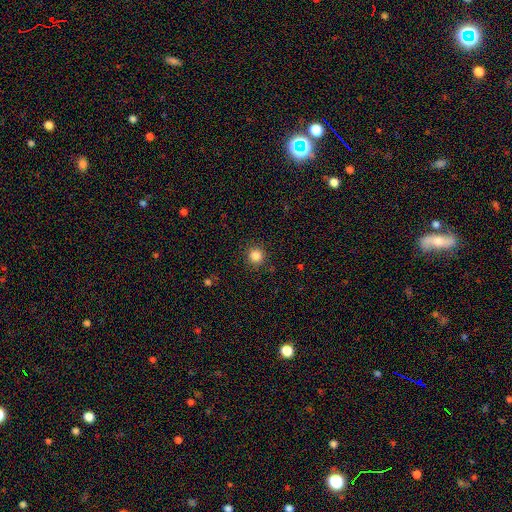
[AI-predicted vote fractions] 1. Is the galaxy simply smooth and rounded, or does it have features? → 84% smooth, 12% star or artifact, 4% featured or disk.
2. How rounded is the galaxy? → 94% round, 5% in between, 1% cigar-shaped.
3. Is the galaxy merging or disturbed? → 90% none, 6% minor disturbance, 2% major disturbance, 1% merger.